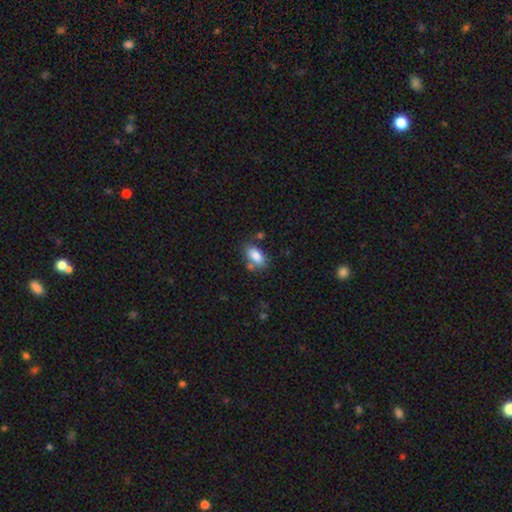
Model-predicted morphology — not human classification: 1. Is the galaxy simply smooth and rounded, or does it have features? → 84% smooth, 9% featured or disk, 7% star or artifact.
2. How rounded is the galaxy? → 90% in between, 6% cigar-shaped, 4% round.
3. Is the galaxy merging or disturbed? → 66% none, 16% minor disturbance, 14% merger, 4% major disturbance.